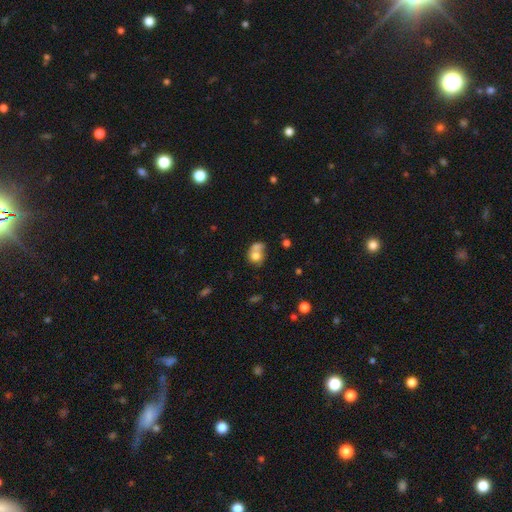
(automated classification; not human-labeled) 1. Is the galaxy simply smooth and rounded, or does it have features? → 71% smooth, 19% featured or disk, 10% star or artifact.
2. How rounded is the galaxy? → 63% round, 36% in between, 1% cigar-shaped.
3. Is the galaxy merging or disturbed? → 58% merger, 26% none, 10% minor disturbance, 7% major disturbance.